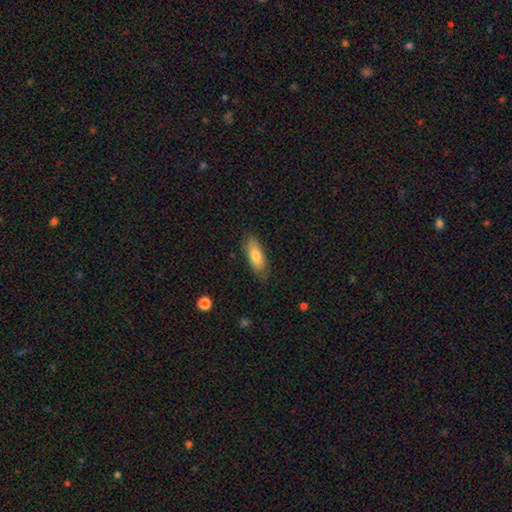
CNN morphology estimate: The model was most divided on "how rounded": in between: 73%, cigar-shaped: 24%, round: 3%. More confident: merging — none (80%); smooth or featured — smooth (75%).